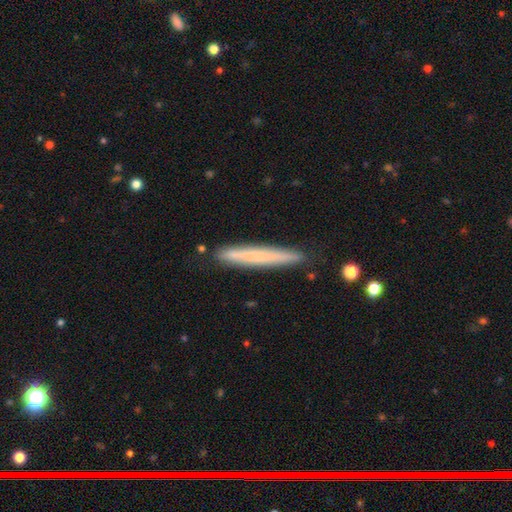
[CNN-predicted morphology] Smooth or featured? smooth (66%)
How rounded? cigar-shaped (96%)
Merging? none (87%)